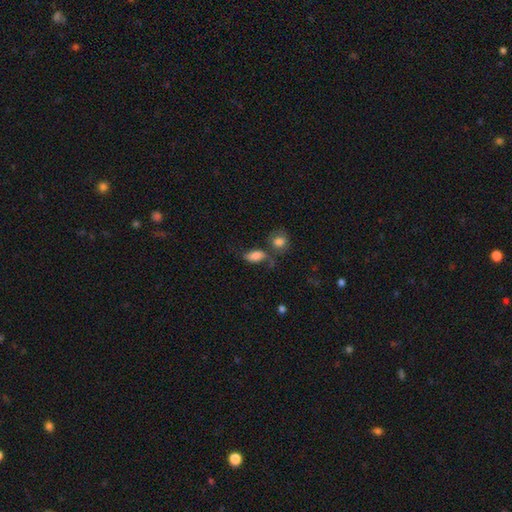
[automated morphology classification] smooth_or_featured: smooth (p=0.78) [alt: featured or disk p=0.13]
how_rounded: in between (p=0.87) [alt: round p=0.09]
merging: none (p=0.43) [alt: merger p=0.23]